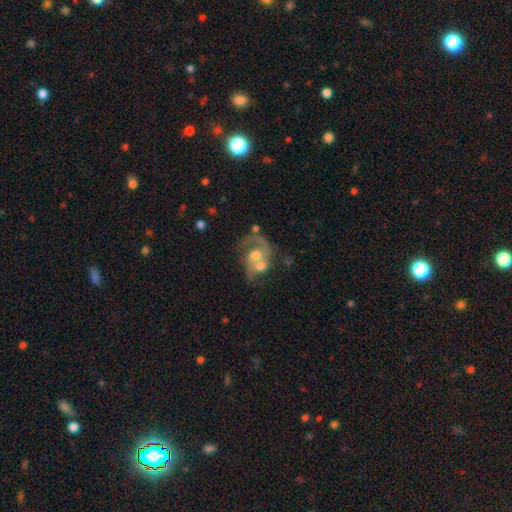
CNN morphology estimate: smooth-or-featured: featured or disk: 73% | smooth: 19% | star or artifact: 9%
  disk-edge-on: no: 97% | yes: 3%
    bar: no: 71% | weak: 24% | strong: 5%
    has-spiral-arms: yes: 80% | no: 20%
      spiral-winding: medium: 45% | loose: 36% | tight: 20%
      spiral-arm-count: 2: 52% | 1: 33% | can't tell: 10% | 3: 3% | 4: 1% | more than 4: 1%
    bulge-size: moderate: 59% | large: 19% | small: 15% | none: 5% | dominant: 2%
  merging: merger: 53% | none: 23% | major disturbance: 14% | minor disturbance: 10%